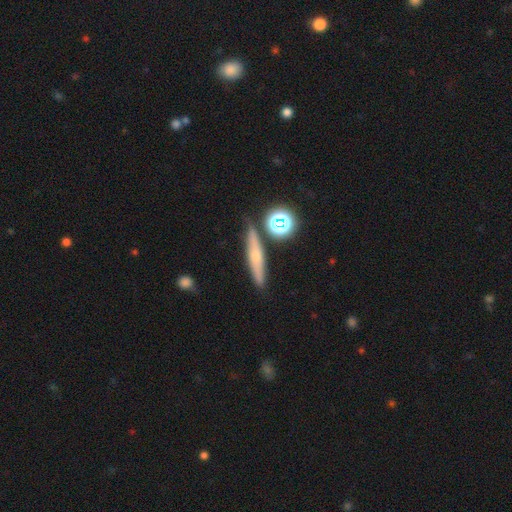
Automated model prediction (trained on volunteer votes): Overall: featured or disk (43%, tied with smooth). Merging: none (82%).